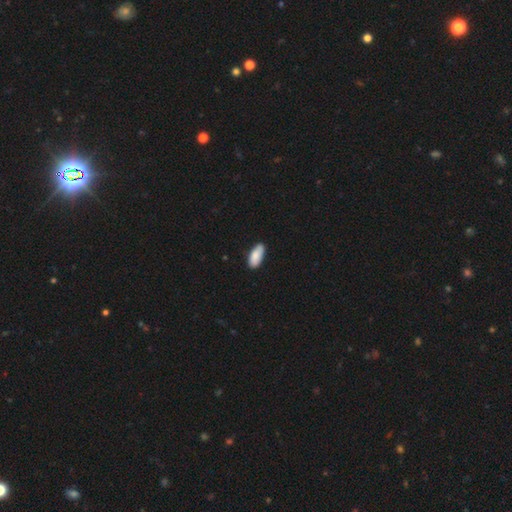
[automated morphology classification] Overall: smooth (87%). How rounded: in between (88%). Merging: none (81%).